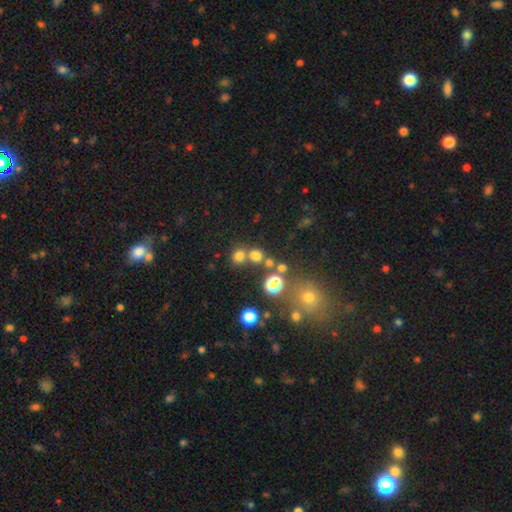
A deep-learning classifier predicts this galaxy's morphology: A smooth galaxy with no disk features (68%) that is round (83%).

Vote fractions:
- Smooth or featured? smooth: 68% / star or artifact: 24% / featured or disk: 8%
- How rounded? round: 83% / in between: 16% / cigar-shaped: 1%
- Merging? none: 60% / merger: 29% / minor disturbance: 7% / major disturbance: 4%